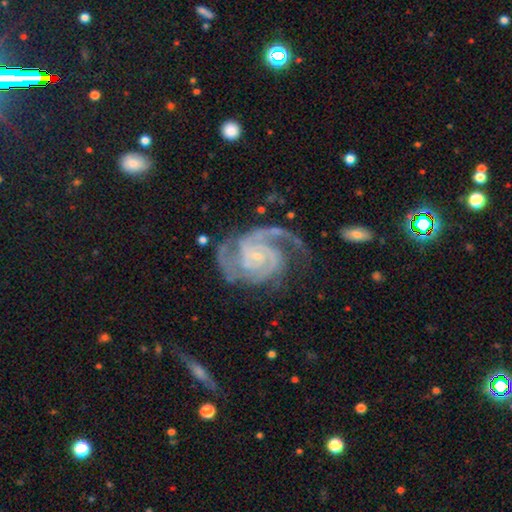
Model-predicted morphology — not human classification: Smooth or featured?
  - featured or disk: 93% *
  - star or artifact: 4%
  - smooth: 3%
Edge-on disk?
  - no: 98% *
  - yes: 2%
Bar?
  - no: 58% *
  - weak: 31%
  - strong: 10%
Spiral arms?
  - yes: 99% *
  - no: 1%
Spiral winding?
  - tight: 50% *
  - medium: 43%
  - loose: 6%
Spiral arm count?
  - 2: 44% *
  - 3: 32%
  - can't tell: 8%
  - 4: 6%
  - 1: 5%
  - more than 4: 5%
Bulge size?
  - small: 82% *
  - moderate: 11%
  - none: 4%
  - large: 1%
  - dominant: 1%
Merging?
  - none: 63% *
  - minor disturbance: 20%
  - major disturbance: 14%
  - merger: 3%